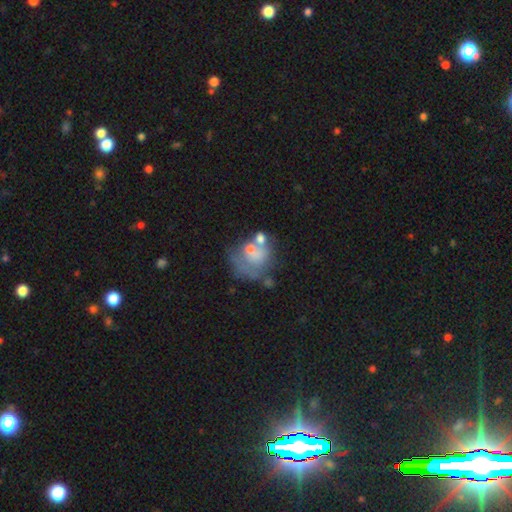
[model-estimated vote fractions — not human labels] The model was most divided on "merging": none: 32%, major disturbance: 26%, merger: 21%, minor disturbance: 21%. Remaining: smooth or featured — smooth (46%).